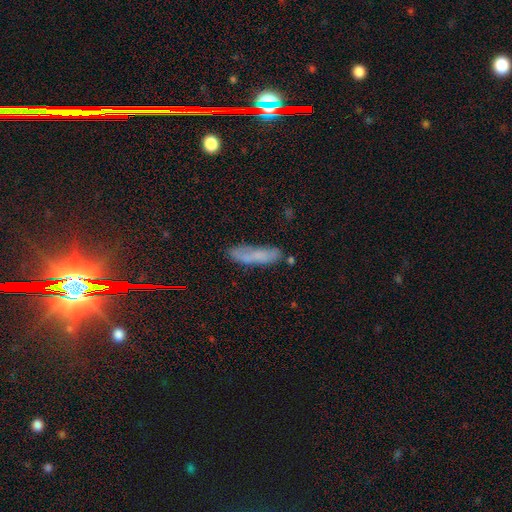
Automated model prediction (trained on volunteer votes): Overall: smooth (62%; featured or disk 26%). How rounded: cigar-shaped (69%). Merging: none (62%; minor disturbance 24%).